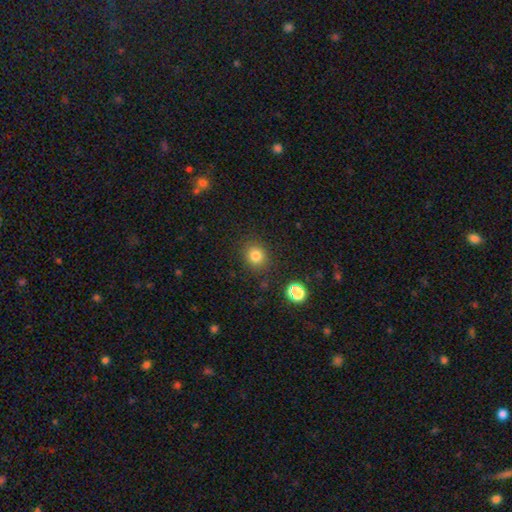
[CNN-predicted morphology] This appears to be a smooth galaxy with no disk features (81%) that is round (76%). Merging: none (86%).